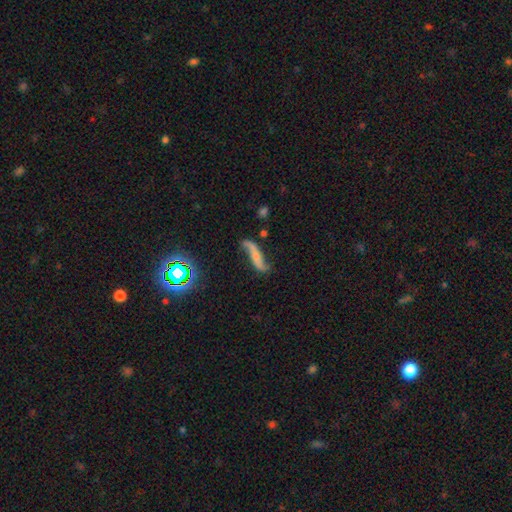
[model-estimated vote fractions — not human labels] featured or disk 68%, smooth 21%, star or artifact 11%. Down the decision tree: edge-on disk — no (81%); bar — no (56%); spiral arms — yes (90%); bulge size — none (49%); merging — none (60%).